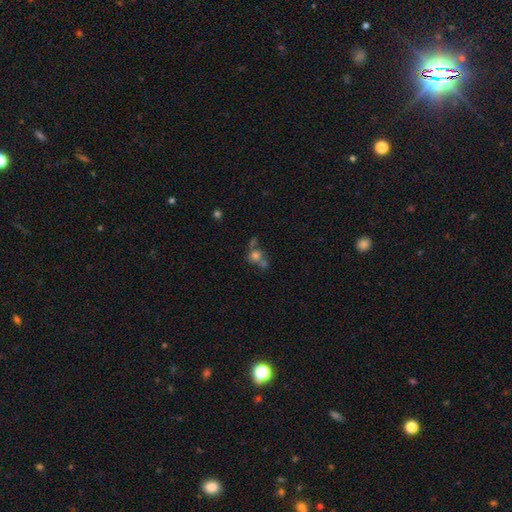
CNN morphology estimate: This appears to be a smooth galaxy with no disk features (64%) that is round (80%). Merging: none (41%).